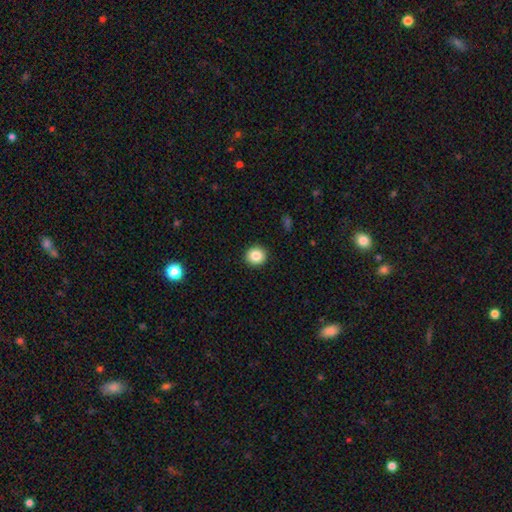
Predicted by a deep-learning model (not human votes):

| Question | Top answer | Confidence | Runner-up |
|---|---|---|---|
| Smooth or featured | smooth | 85% | star or artifact (10%) |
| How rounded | round | 91% | in between (8%) |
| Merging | none | 92% | minor disturbance (5%) |